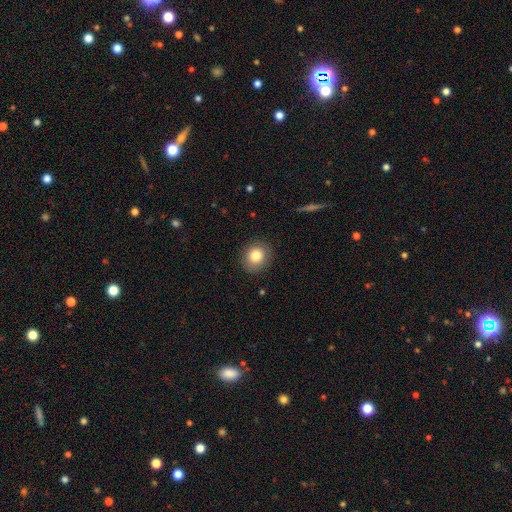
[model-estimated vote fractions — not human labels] Morphology: type=smooth (82%); roundness=round (80%); merging=none (88%).